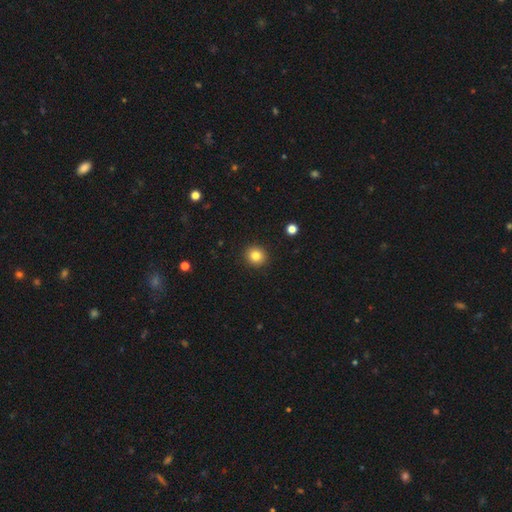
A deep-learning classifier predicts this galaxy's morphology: A smooth galaxy with no disk features (83%) that is round (90%).

Vote fractions:
- Smooth or featured? smooth: 83% / star or artifact: 11% / featured or disk: 6%
- How rounded? round: 90% / in between: 9% / cigar-shaped: 1%
- Merging? none: 92% / minor disturbance: 5% / major disturbance: 2% / merger: 1%